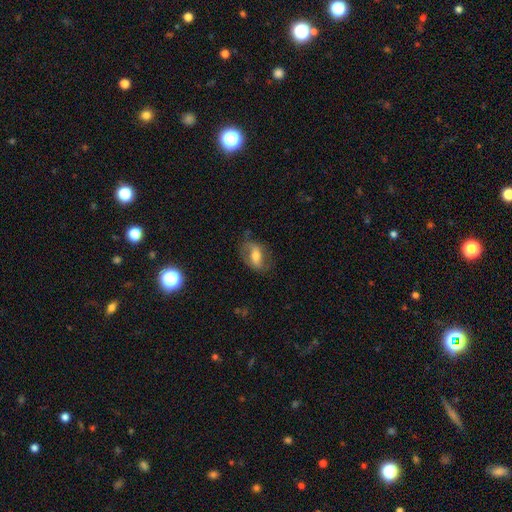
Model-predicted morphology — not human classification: Smooth or featured? Predicted: featured or disk (p=0.49). Merging? Predicted: none (p=0.64).